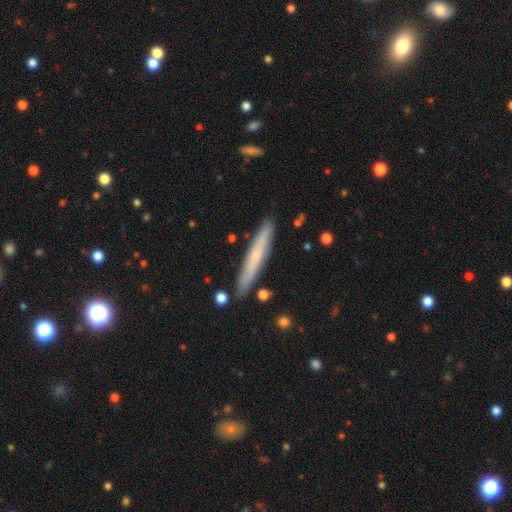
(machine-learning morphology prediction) Smooth or featured? Predicted: smooth (p=0.53). How rounded? Predicted: cigar-shaped (p=0.95). Merging? Predicted: none (p=0.87).